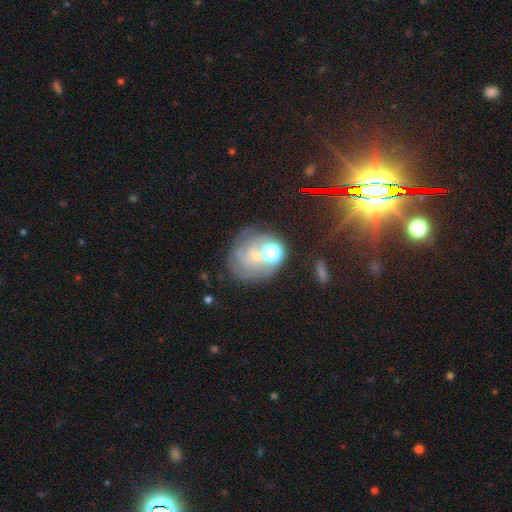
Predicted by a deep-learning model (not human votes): featured or disk 42%, smooth 39%, star or artifact 19%. Down the decision tree: merging — none (46%).